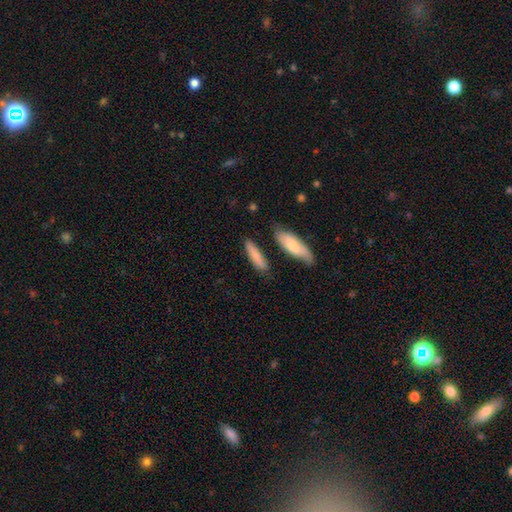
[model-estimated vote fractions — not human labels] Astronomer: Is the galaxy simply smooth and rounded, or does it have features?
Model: smooth — 78%.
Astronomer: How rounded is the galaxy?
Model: cigar-shaped — 68%.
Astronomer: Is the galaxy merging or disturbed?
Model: none — 76%.